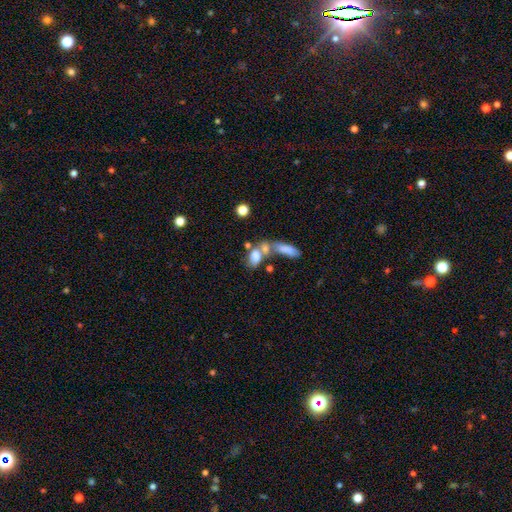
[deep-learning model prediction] smooth 74%, featured or disk 17%, star or artifact 10%. Down the decision tree: how rounded — in between (80%); merging — merger (54%).